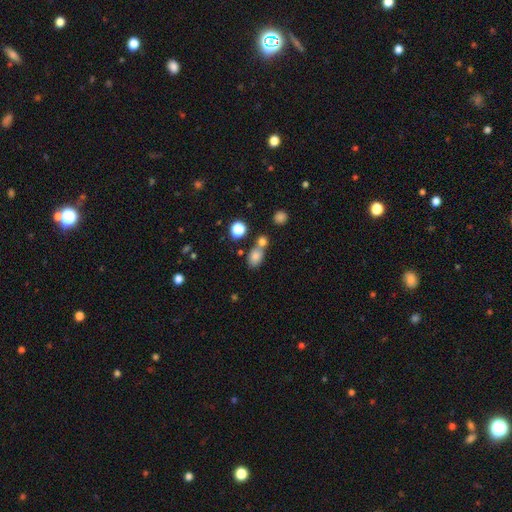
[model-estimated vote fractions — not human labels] A smooth galaxy with no disk features (78%) that is in between round and cigar-shaped (74%).

Vote fractions:
- Smooth or featured? smooth: 78% / star or artifact: 13% / featured or disk: 9%
- How rounded? in between: 74% / round: 24% / cigar-shaped: 2%
- Merging? none: 48% / merger: 36% / minor disturbance: 11% / major disturbance: 5%